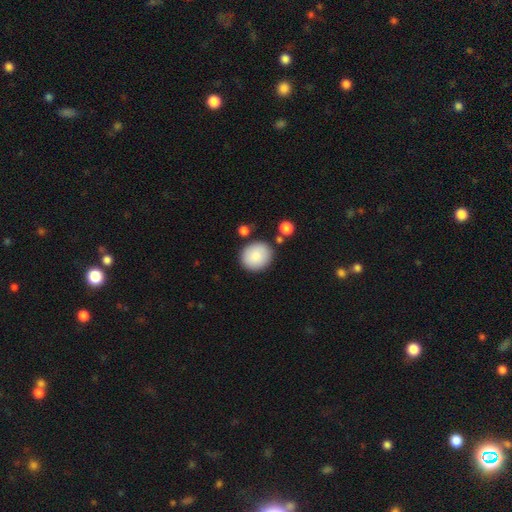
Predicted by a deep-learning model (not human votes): Smooth or featured?
  - smooth: 85% *
  - featured or disk: 7%
  - star or artifact: 7%
How rounded?
  - round: 78% *
  - in between: 21%
  - cigar-shaped: 1%
Merging?
  - none: 82% *
  - minor disturbance: 10%
  - merger: 5%
  - major disturbance: 3%